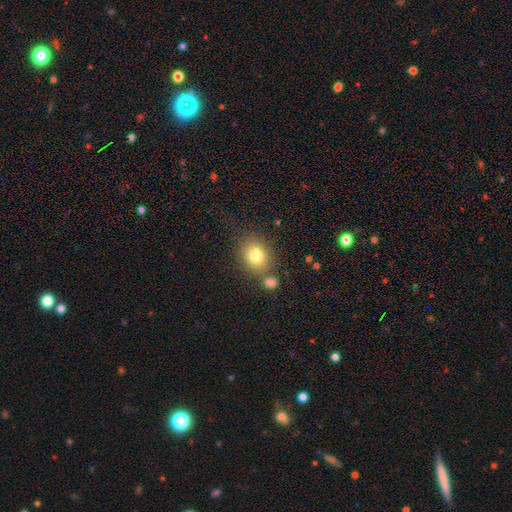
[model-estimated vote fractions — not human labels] Smooth or featured?
  - smooth: 79% *
  - star or artifact: 11%
  - featured or disk: 10%
How rounded?
  - round: 56% *
  - in between: 43%
  - cigar-shaped: 1%
Merging?
  - none: 68% *
  - merger: 16%
  - minor disturbance: 12%
  - major disturbance: 4%